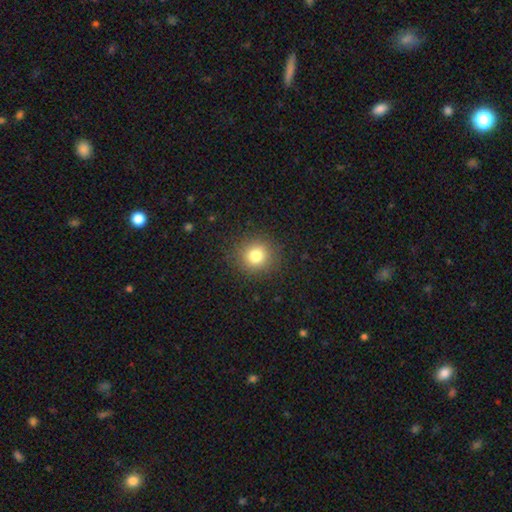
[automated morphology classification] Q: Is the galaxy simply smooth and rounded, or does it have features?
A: smooth — 79%.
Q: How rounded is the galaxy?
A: round — 91%.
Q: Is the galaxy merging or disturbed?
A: none — 90%.